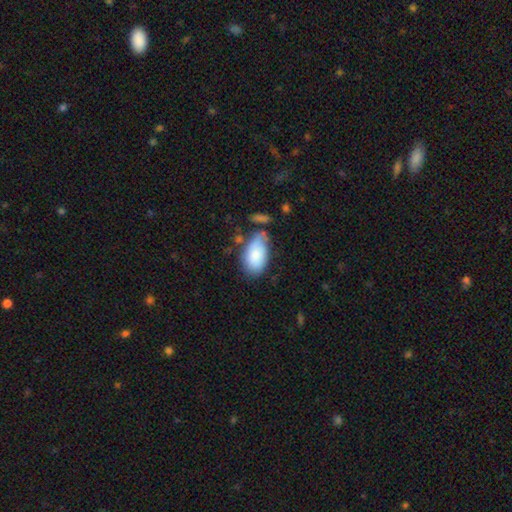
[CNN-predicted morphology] Q: Smooth or featured?
A: smooth (82%); runner-up: featured or disk (12%)
Q: How rounded?
A: in between (94%); runner-up: round (4%)
Q: Merging?
A: none (53%); runner-up: minor disturbance (28%)